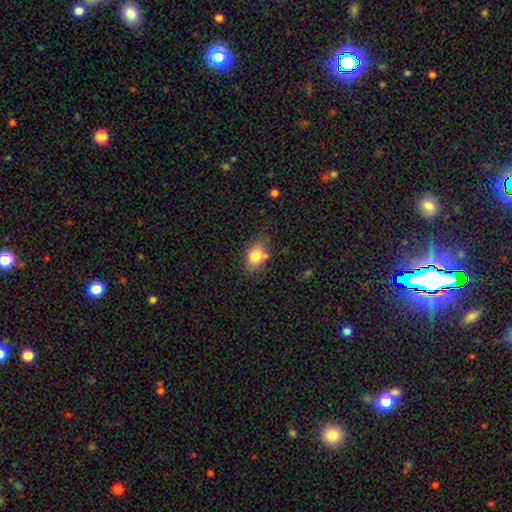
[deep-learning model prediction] Q: Smooth or featured?
A: smooth (78%); runner-up: featured or disk (13%)
Q: How rounded?
A: in between (76%); runner-up: round (22%)
Q: Merging?
A: none (63%); runner-up: minor disturbance (22%)